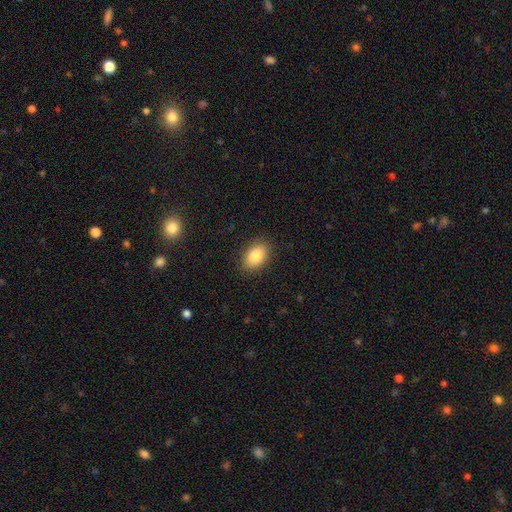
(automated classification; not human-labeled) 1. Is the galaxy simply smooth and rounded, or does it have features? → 84% smooth, 8% featured or disk, 8% star or artifact.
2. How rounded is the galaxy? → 84% in between, 15% round, 1% cigar-shaped.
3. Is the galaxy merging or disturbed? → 87% none, 10% minor disturbance, 2% major disturbance, 1% merger.